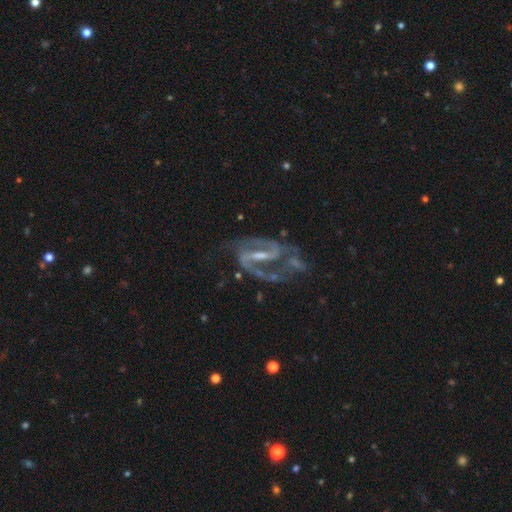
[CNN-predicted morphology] smooth-or-featured: featured or disk: 88% | star or artifact: 8% | smooth: 4%
  disk-edge-on: no: 96% | yes: 4%
    bar: strong: 46% | weak: 40% | no: 14%
    has-spiral-arms: yes: 96% | no: 4%
      spiral-winding: medium: 53% | loose: 28% | tight: 19%
      spiral-arm-count: 2: 86% | can't tell: 5% | 3: 4% | 1: 3% | 4: 2% | more than 4: 2%
    bulge-size: small: 63% | moderate: 23% | none: 11% | large: 2% | dominant: 1%
  merging: none: 54% | major disturbance: 20% | minor disturbance: 18% | merger: 7%